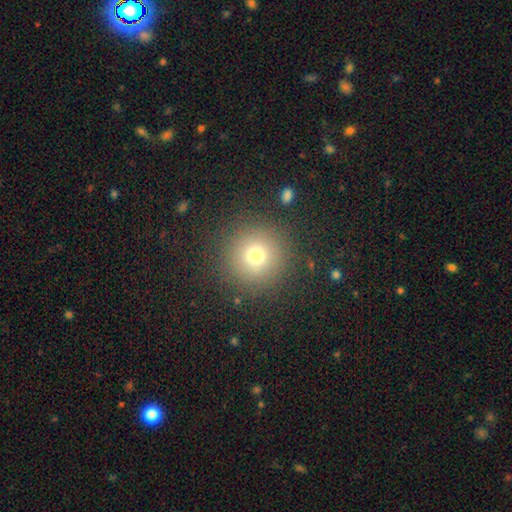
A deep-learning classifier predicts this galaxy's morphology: Smooth or featured?
  - smooth: 74% *
  - star or artifact: 16%
  - featured or disk: 11%
How rounded?
  - round: 96% *
  - in between: 3%
  - cigar-shaped: 1%
Merging?
  - none: 89% *
  - minor disturbance: 7%
  - major disturbance: 3%
  - merger: 1%